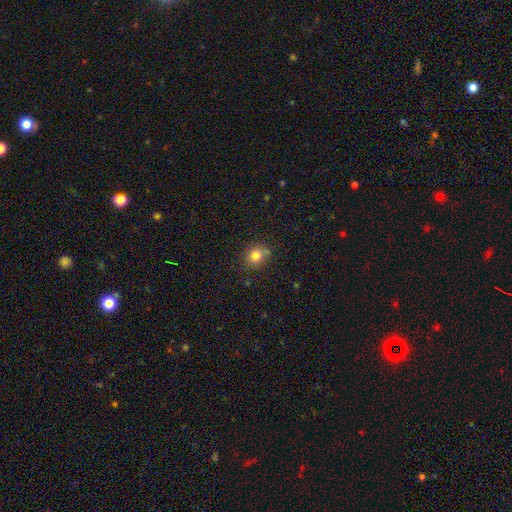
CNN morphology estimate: Smooth or featured?
  - smooth: 79% *
  - star or artifact: 13%
  - featured or disk: 8%
How rounded?
  - round: 82% *
  - in between: 17%
  - cigar-shaped: 1%
Merging?
  - none: 75% *
  - minor disturbance: 13%
  - merger: 8%
  - major disturbance: 3%